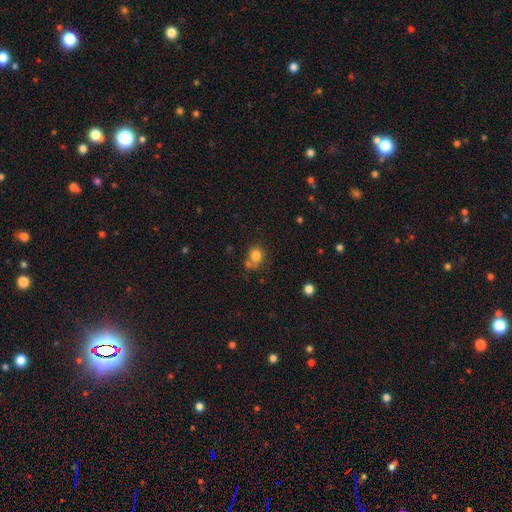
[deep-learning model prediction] A smooth galaxy with no disk features (81%) that is round (71%).

Vote fractions:
- Smooth or featured? smooth: 81% / star or artifact: 11% / featured or disk: 8%
- How rounded? round: 71% / in between: 28% / cigar-shaped: 1%
- Merging? none: 54% / merger: 21% / minor disturbance: 18% / major disturbance: 7%